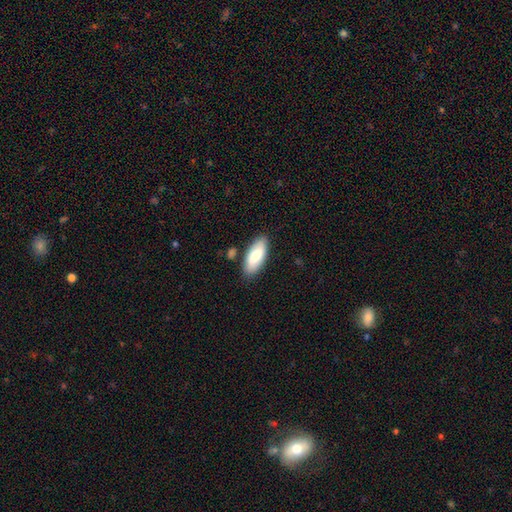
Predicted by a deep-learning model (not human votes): This is likely a smooth galaxy (76%). How rounded: clearly in between (84%). Merging: clearly none (83%).